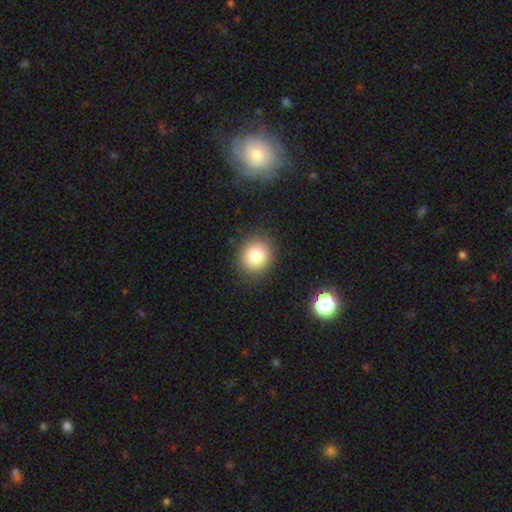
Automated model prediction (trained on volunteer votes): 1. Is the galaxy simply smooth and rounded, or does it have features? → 80% smooth, 11% star or artifact, 9% featured or disk.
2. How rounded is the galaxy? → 82% round, 17% in between, 1% cigar-shaped.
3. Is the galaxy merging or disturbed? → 87% none, 8% minor disturbance, 3% major disturbance, 1% merger.